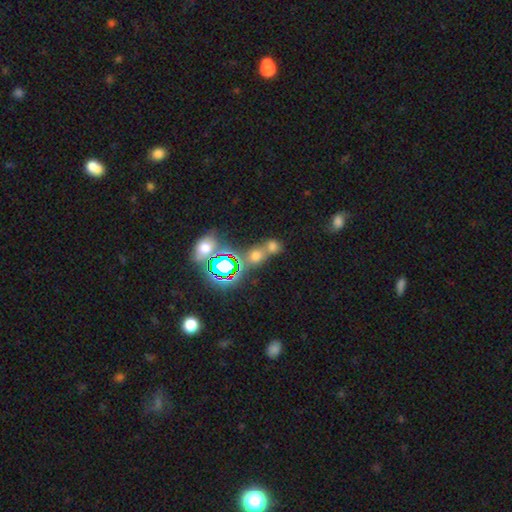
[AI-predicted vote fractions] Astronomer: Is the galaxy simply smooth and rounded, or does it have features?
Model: smooth — 54% (runner-up: star or artifact, 35%).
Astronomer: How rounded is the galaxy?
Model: round — 59% (runner-up: in between, 37%).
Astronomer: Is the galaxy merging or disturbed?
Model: merger — 48% (runner-up: none, 40%).